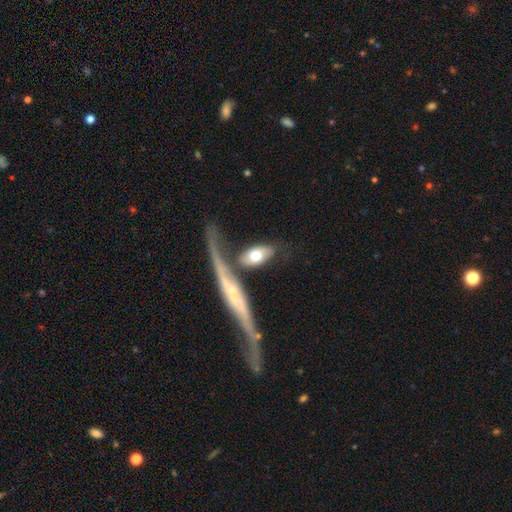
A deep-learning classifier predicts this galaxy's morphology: smooth_or_featured: smooth (p=0.64) [alt: featured or disk p=0.31]
how_rounded: in between (p=0.80) [alt: cigar-shaped p=0.15]
merging: none (p=0.52) [alt: merger p=0.23]